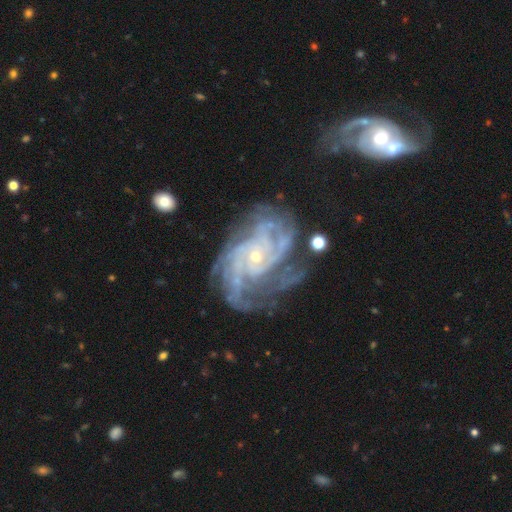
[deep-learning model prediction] Smooth or featured?
  - featured or disk: 90% *
  - star or artifact: 6%
  - smooth: 4%
Edge-on disk?
  - no: 97% *
  - yes: 3%
Bar?
  - no: 74% *
  - weak: 19%
  - strong: 6%
Spiral arms?
  - yes: 97% *
  - no: 3%
Spiral winding?
  - tight: 59% *
  - medium: 34%
  - loose: 8%
Spiral arm count?
  - 4: 23% * (tied)
  - can't tell: 23% * (tied)
  - 3: 20%
  - 2: 14%
  - more than 4: 12%
  - 1: 8%
Bulge size?
  - small: 80% *
  - moderate: 16%
  - none: 1%
  - large: 1%
  - dominant: 1%
Merging?
  - none: 56% *
  - minor disturbance: 22%
  - major disturbance: 18%
  - merger: 4%